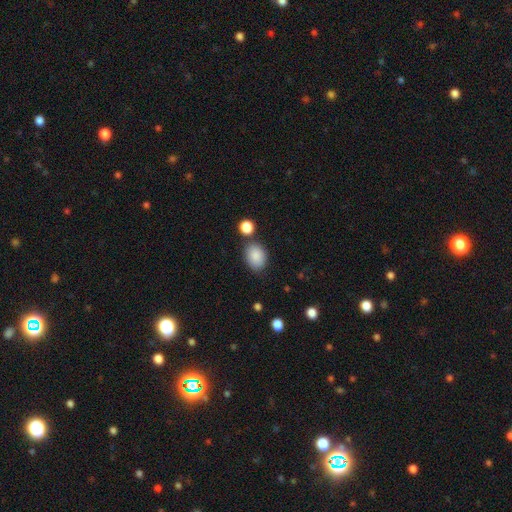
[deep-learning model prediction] Smooth or featured? smooth (87%)
How rounded? in between (71%)
Merging? none (74%)